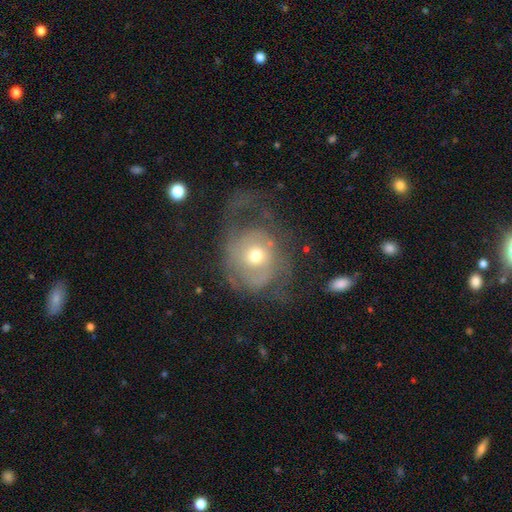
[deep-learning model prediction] Smooth or featured: featured or disk — 63% (smooth — 29%)
Edge-on disk: no — 96% (yes — 4%)
Bar: no — 80% (weak — 16%)
Spiral arms: yes — 65% (no — 35%)
Bulge size: moderate — 52% (small — 41%)
Merging: major disturbance — 42% (none — 36%)